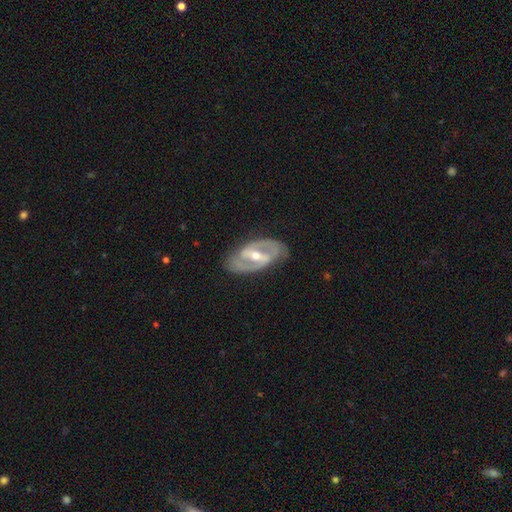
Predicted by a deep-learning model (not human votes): Smooth or featured?
  - featured or disk: 86% *
  - smooth: 9%
  - star or artifact: 4%
Edge-on disk?
  - no: 94% *
  - yes: 6%
Bar?
  - strong: 56% *
  - weak: 32%
  - no: 12%
Spiral arms?
  - yes: 88% *
  - no: 12%
Spiral winding?
  - medium: 49% *
  - tight: 35%
  - loose: 16%
Spiral arm count?
  - 2: 89% *
  - can't tell: 6%
  - 1: 2%
  - 3: 1%
  - 4: 1%
  - more than 4: 1%
Bulge size?
  - moderate: 59% *
  - small: 36%
  - large: 3%
  - none: 1%
  - dominant: 1%
Merging?
  - none: 83% *
  - minor disturbance: 12%
  - major disturbance: 4%
  - merger: 1%